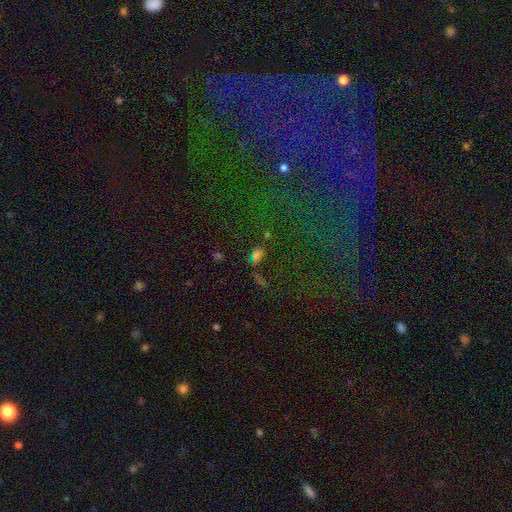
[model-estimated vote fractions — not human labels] smooth-or-featured: smooth: 56% | star or artifact: 34% | featured or disk: 10%
  how-rounded: in between: 76% | round: 14% | cigar-shaped: 9%
  merging: none: 56% | merger: 17% | minor disturbance: 16% | major disturbance: 11%